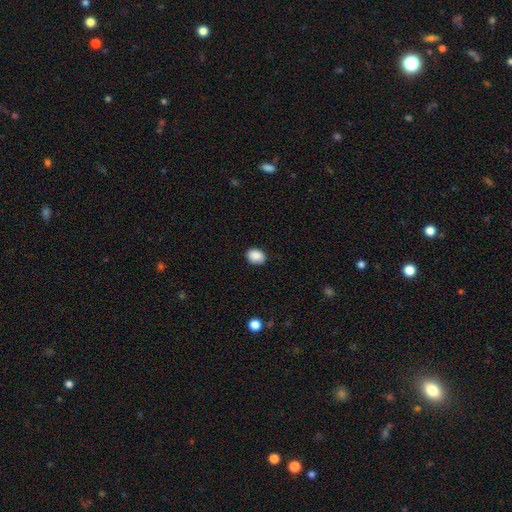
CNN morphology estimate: smooth_or_featured: smooth (p=0.89) [alt: star or artifact p=0.08]
how_rounded: in between (p=0.60) [alt: round p=0.39]
merging: none (p=0.87) [alt: minor disturbance p=0.10]